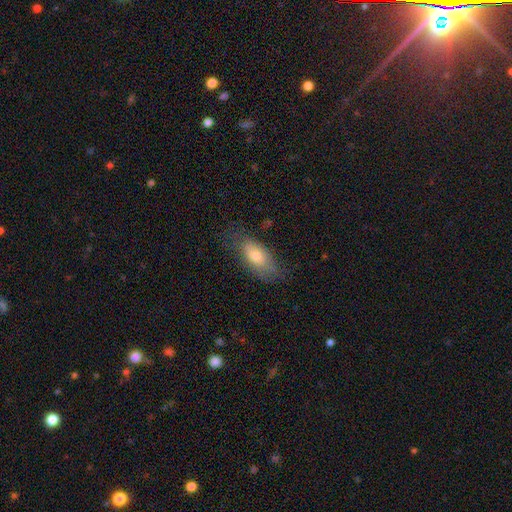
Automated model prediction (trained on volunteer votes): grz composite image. It shows a smooth galaxy with no disk features (69%) that is in between round and cigar-shaped (83%). Merging: none (63%).